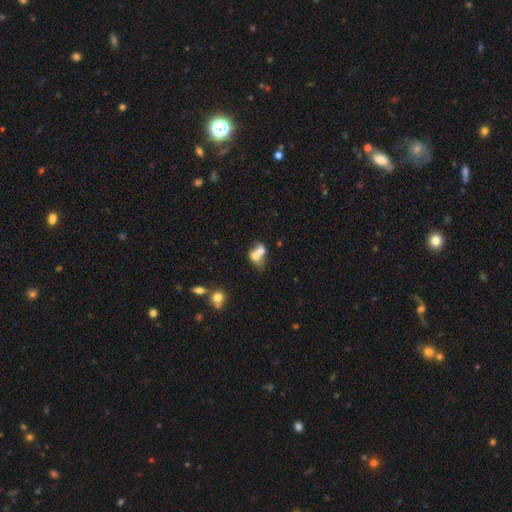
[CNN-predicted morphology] Smooth or featured? Predicted: smooth (p=0.64). How rounded? Predicted: in between (p=0.54). Merging? Predicted: merger (p=0.72).